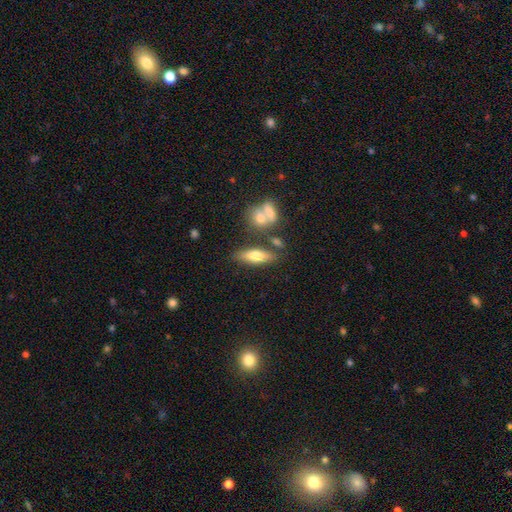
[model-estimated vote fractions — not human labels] smooth_or_featured: smooth (p=0.60) [alt: featured or disk p=0.32]
how_rounded: in between (p=0.51) [alt: cigar-shaped p=0.45]
merging: none (p=0.71) [alt: merger p=0.13]